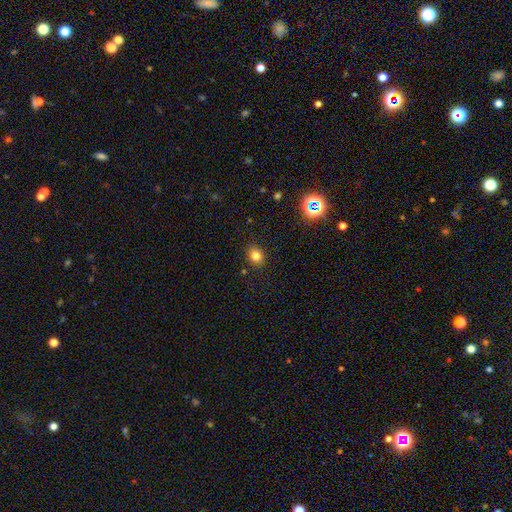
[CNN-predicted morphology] Smooth or featured? Predicted: smooth (p=0.78). How rounded? Predicted: round (p=0.64). Merging? Predicted: none (p=0.87).